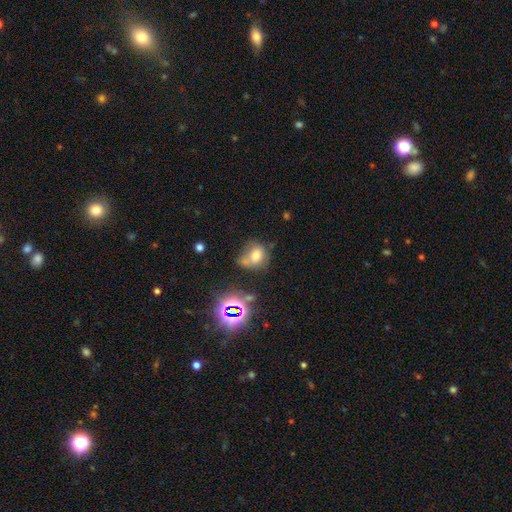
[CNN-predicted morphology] This is likely a smooth galaxy (64%). How rounded: possibly round (58%). Merging: marginally none (40%).